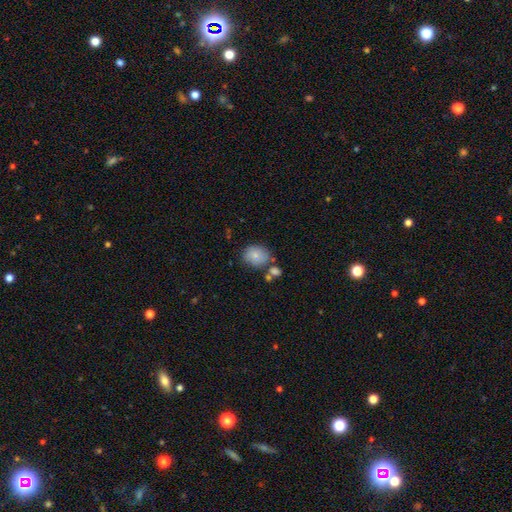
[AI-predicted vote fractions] smooth_or_featured: smooth (p=0.79) [alt: featured or disk p=0.13]
how_rounded: round (p=0.57) [alt: in between p=0.42]
merging: none (p=0.64) [alt: minor disturbance p=0.17]